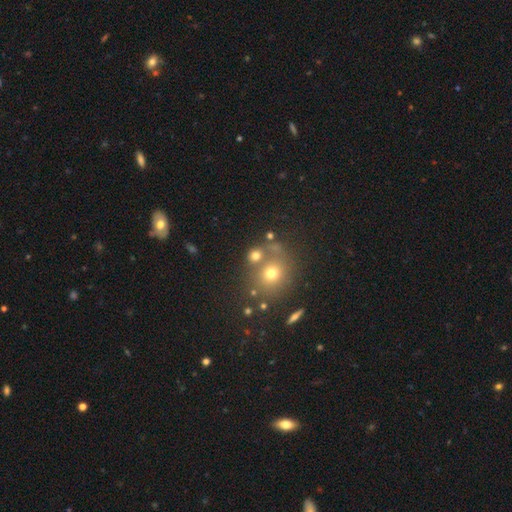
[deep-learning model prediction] Overall: smooth (67%). How rounded: round (72%). Merging: none (56%; merger 27%).